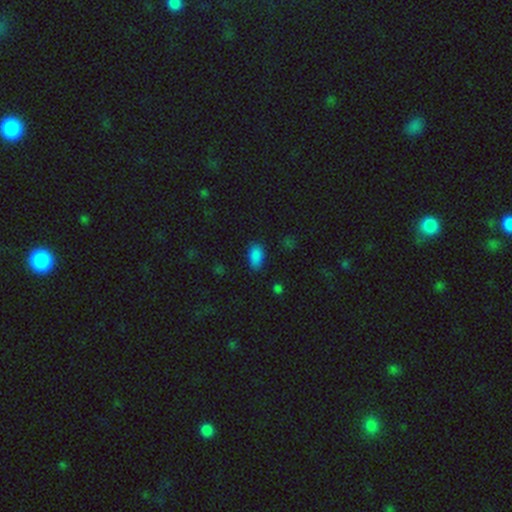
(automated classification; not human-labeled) Smooth or featured? Predicted: smooth (p=0.84). How rounded? Predicted: in between (p=0.92). Merging? Predicted: none (p=0.79).